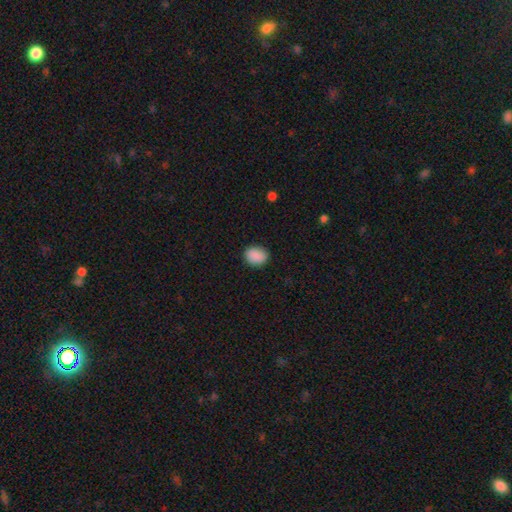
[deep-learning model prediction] smooth_or_featured: smooth (p=0.89) [alt: star or artifact p=0.08]
how_rounded: in between (p=0.50) [alt: round p=0.49]
merging: none (p=0.86) [alt: minor disturbance p=0.10]